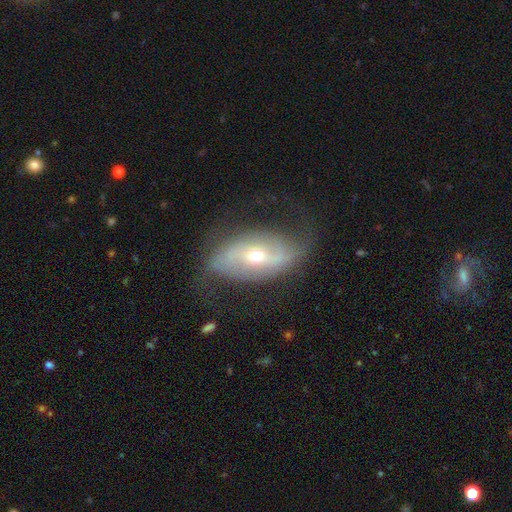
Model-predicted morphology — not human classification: Overall: featured or disk (78%). Edge-on disk: no (92%). Bar: strong (34%, tied with no). Spiral arms: yes (84%). Spiral arm count: 2 (86%). Spiral winding: loose (62%; medium 27%). Bulge size: small (49%; moderate 47%). Merging: none (64%).